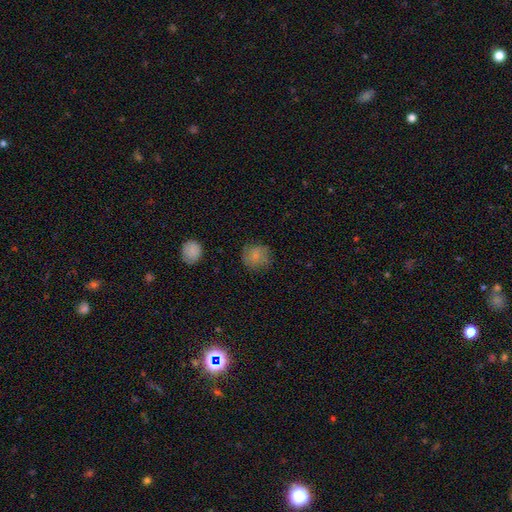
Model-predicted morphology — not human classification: Q: Smooth or featured?
A: smooth (77%); runner-up: featured or disk (14%)
Q: How rounded?
A: round (87%); runner-up: in between (12%)
Q: Merging?
A: none (75%); runner-up: minor disturbance (18%)